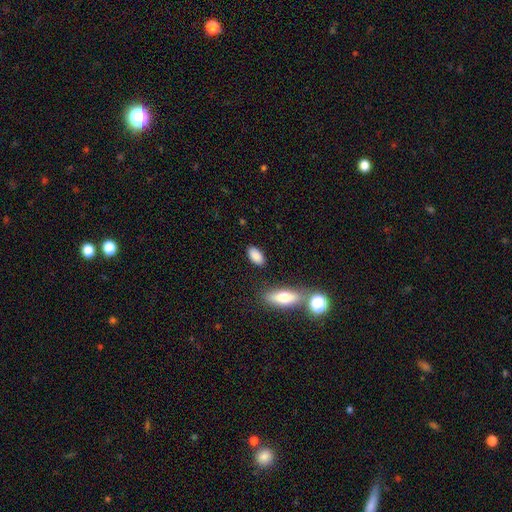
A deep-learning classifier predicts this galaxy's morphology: The model was most divided on "merging": none: 84%, minor disturbance: 10%, merger: 3%, major disturbance: 3%. More confident: how rounded — in between (90%); smooth or featured — smooth (88%).